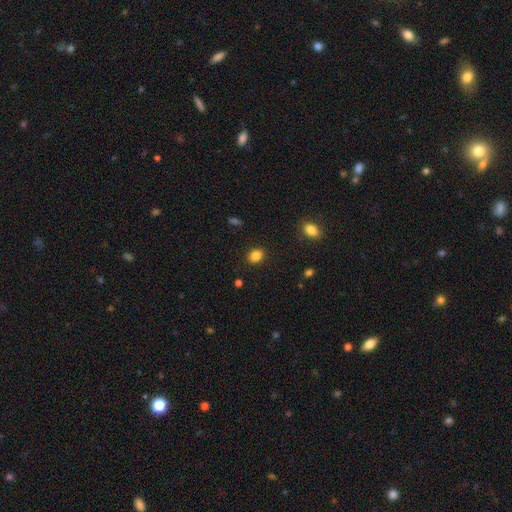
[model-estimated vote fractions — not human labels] Overall: smooth (84%). How rounded: in between (57%; round 42%). Merging: none (88%).